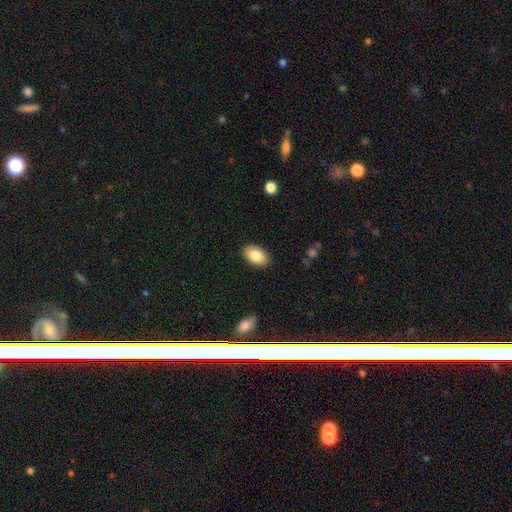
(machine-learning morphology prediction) smooth 84%, featured or disk 9%, star or artifact 7%. Down the decision tree: how rounded — in between (93%); merging — none (88%).